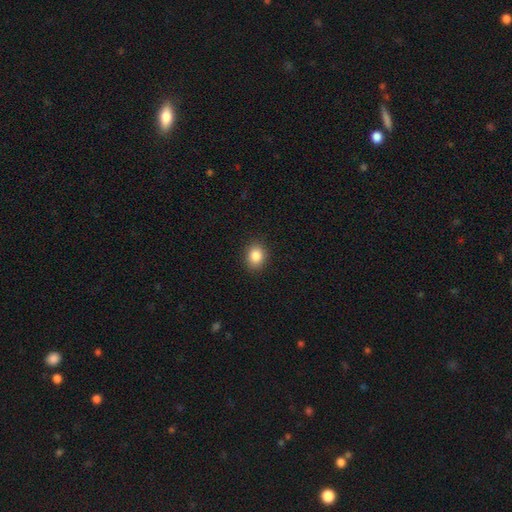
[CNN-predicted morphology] smooth-or-featured: smooth: 86% | star or artifact: 9% | featured or disk: 5%
  how-rounded: round: 50% | in between: 49% | cigar-shaped: 1%
  merging: none: 90% | minor disturbance: 7% | major disturbance: 2% | merger: 1%